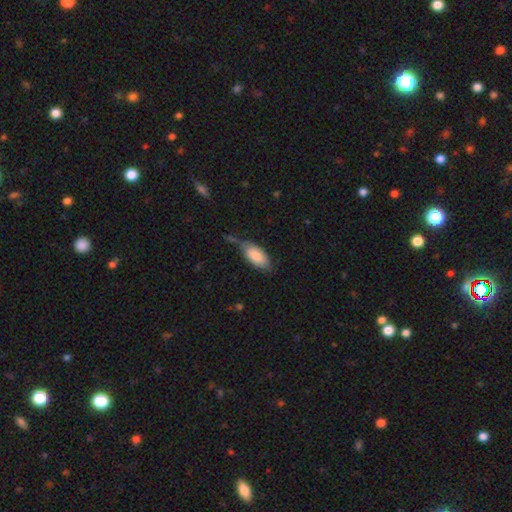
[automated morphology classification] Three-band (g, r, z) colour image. It shows a smooth galaxy with no disk features (80%) that is in between round and cigar-shaped (89%). Merging: none (48%).